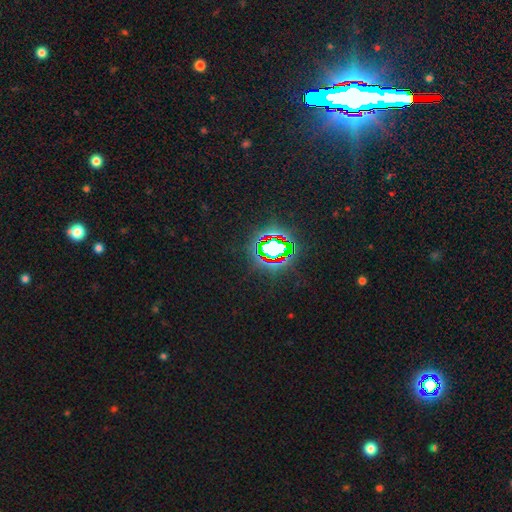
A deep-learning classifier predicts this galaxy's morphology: smooth_or_featured: star or artifact (p=0.84) [alt: smooth p=0.08]